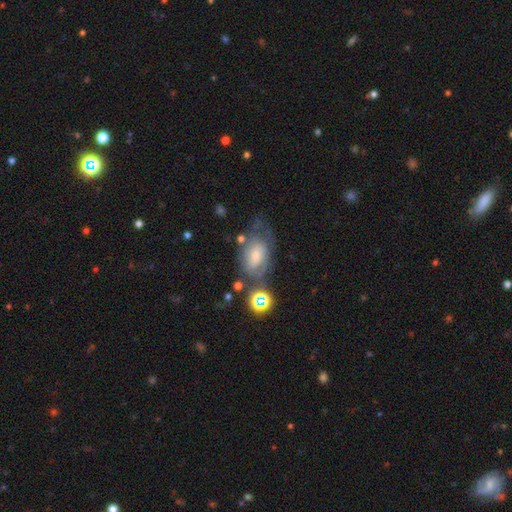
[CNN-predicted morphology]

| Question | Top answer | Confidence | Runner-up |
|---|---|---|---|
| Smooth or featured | featured or disk | 55% | smooth (33%) |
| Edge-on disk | no | 95% | yes (5%) |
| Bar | no | 54% | weak (36%) |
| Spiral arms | yes | 74% | no (26%) |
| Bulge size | small | 38% | moderate (34%) |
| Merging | none | 44% | minor disturbance (25%) |